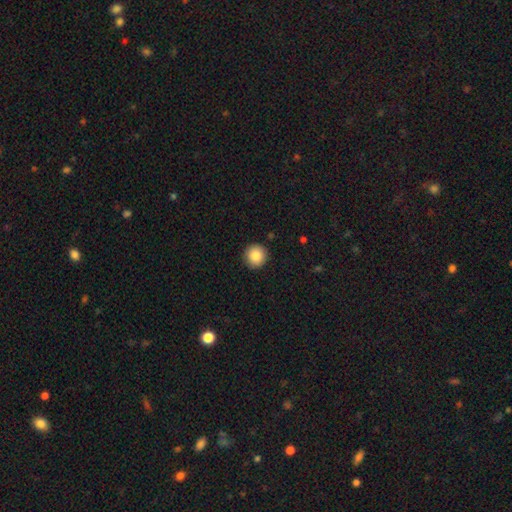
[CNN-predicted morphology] A smooth galaxy with no disk features (87%) that is round (95%).

Vote fractions:
- Smooth or featured? smooth: 87% / star or artifact: 8% / featured or disk: 5%
- How rounded? round: 95% / in between: 4% / cigar-shaped: 1%
- Merging? none: 92% / minor disturbance: 6% / major disturbance: 2% / merger: 1%